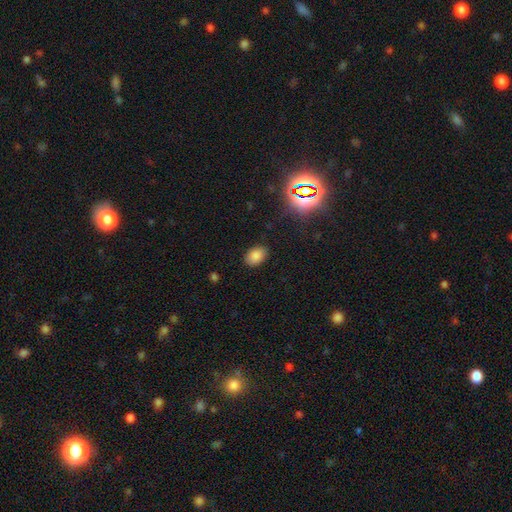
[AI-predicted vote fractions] smooth 81%, star or artifact 14%, featured or disk 5%. Down the decision tree: how rounded — in between (82%); merging — none (85%).